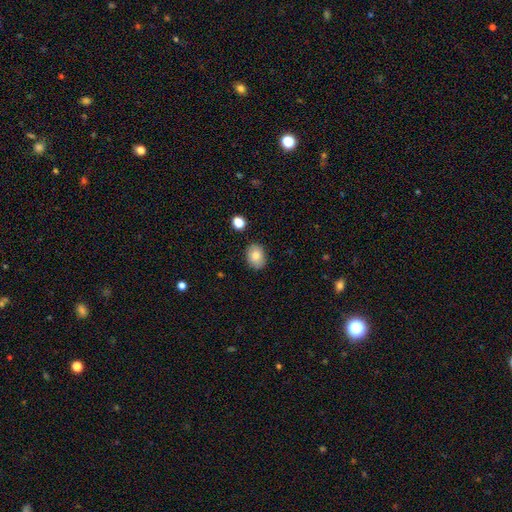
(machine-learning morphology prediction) Smooth or featured?
  - smooth: 83% *
  - featured or disk: 9%
  - star or artifact: 8%
How rounded?
  - in between: 69% *
  - round: 30%
  - cigar-shaped: 1%
Merging?
  - none: 86% *
  - minor disturbance: 10%
  - major disturbance: 2%
  - merger: 2%